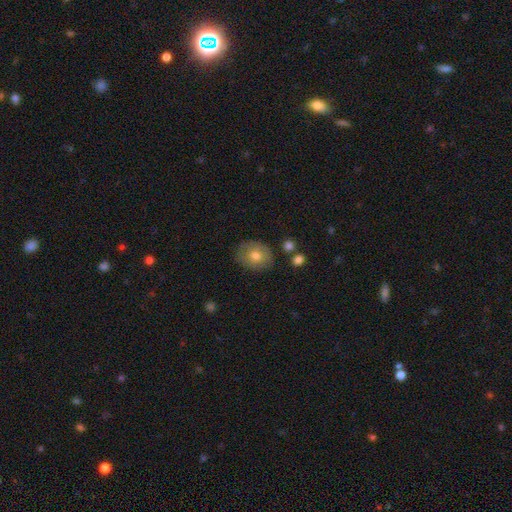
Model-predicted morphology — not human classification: A smooth galaxy with no disk features (71%) that is round (55%).

Vote fractions:
- Smooth or featured? smooth: 71% / featured or disk: 21% / star or artifact: 8%
- How rounded? round: 55% / in between: 44% / cigar-shaped: 1%
- Merging? none: 78% / minor disturbance: 15% / major disturbance: 4% / merger: 3%